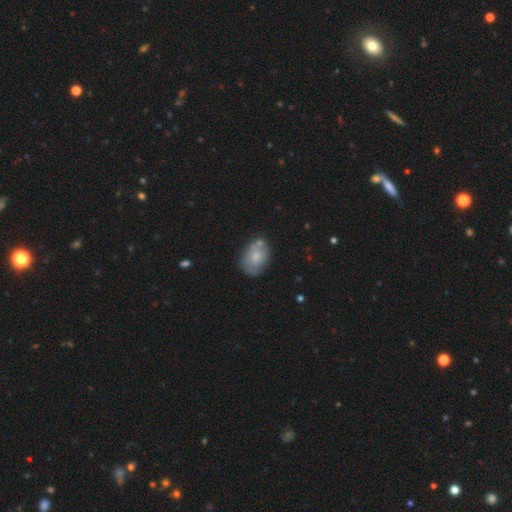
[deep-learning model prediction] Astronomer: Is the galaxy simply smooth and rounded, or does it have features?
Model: smooth — 49% (runner-up: featured or disk, 44%).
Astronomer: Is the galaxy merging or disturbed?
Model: none — 62%.